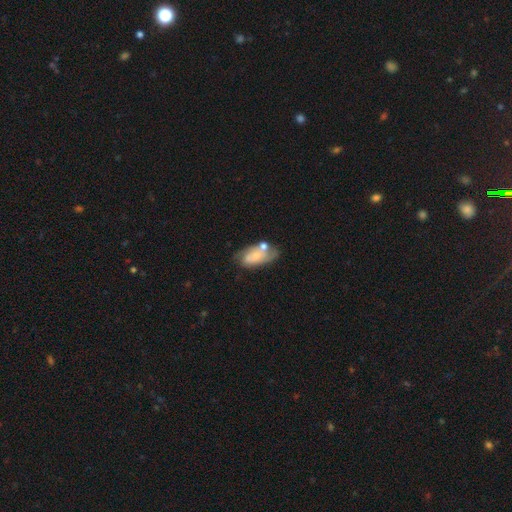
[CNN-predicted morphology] This is possibly a smooth galaxy (47%). Merging: marginally none (39%).